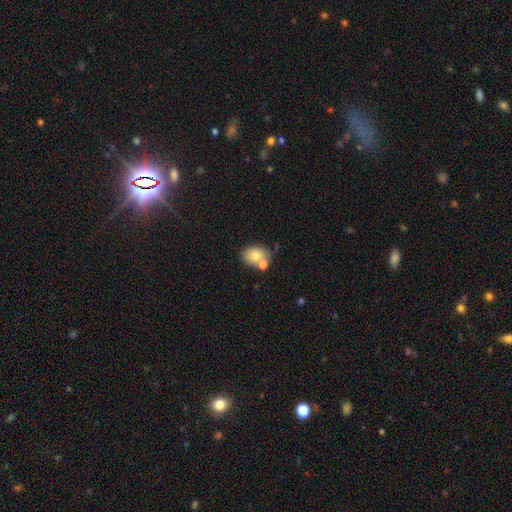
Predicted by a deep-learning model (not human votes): This is likely a smooth galaxy (77%). How rounded: possibly in between (60%). Merging: possibly none (54%).